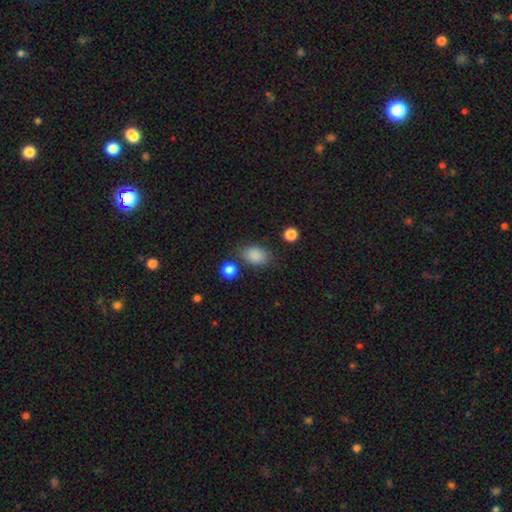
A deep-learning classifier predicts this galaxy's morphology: type=smooth (86%); roundness=in between (78%); merging=none (75%).